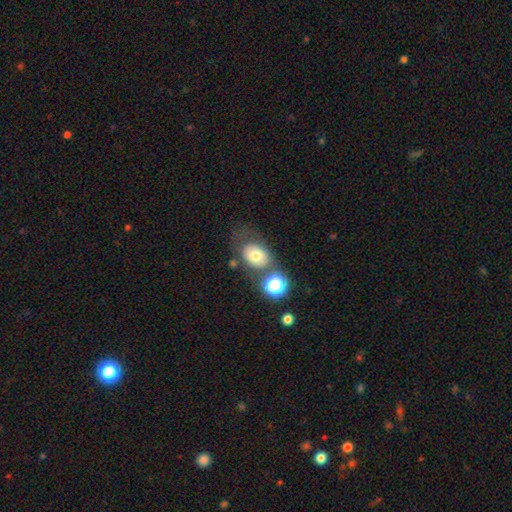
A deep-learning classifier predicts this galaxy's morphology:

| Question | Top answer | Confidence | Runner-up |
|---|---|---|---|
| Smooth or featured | smooth | 67% | featured or disk (21%) |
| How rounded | in between | 70% | round (29%) |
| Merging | none | 57% | minor disturbance (17%) |